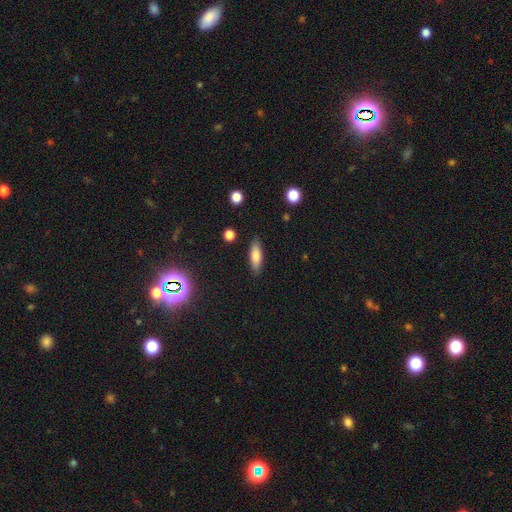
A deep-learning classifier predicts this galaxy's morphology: This is likely a smooth galaxy (75%). How rounded: possibly in between (53%). Merging: clearly none (87%).